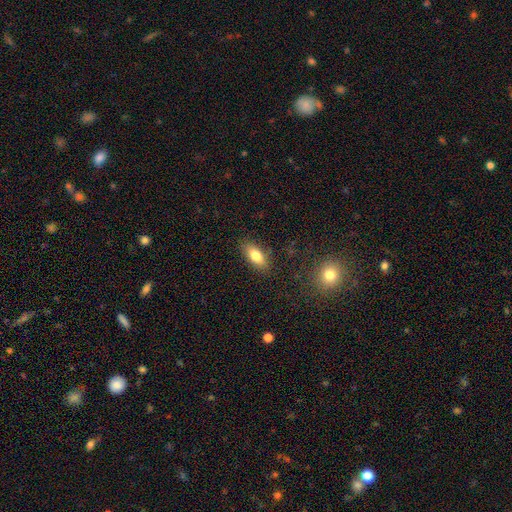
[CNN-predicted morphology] Smooth or featured: smooth — 79% (featured or disk — 13%)
How rounded: in between — 83% (cigar-shaped — 14%)
Merging: none — 85% (minor disturbance — 11%)